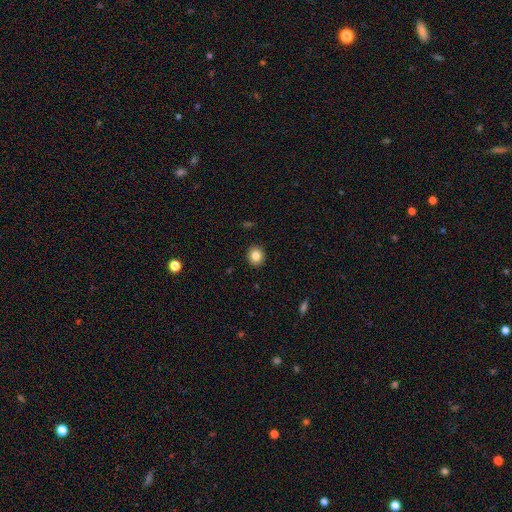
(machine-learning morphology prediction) The model was most divided on "how rounded": round: 86%, in between: 14%, cigar-shaped: 1%. More confident: merging — none (92%); smooth or featured — smooth (83%).